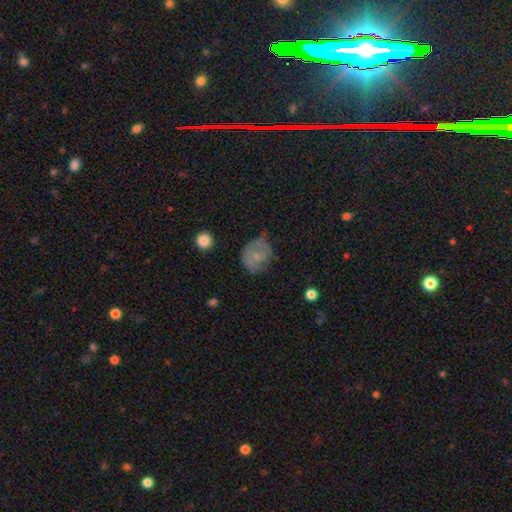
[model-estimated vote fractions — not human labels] This is possibly a smooth galaxy (59%). How rounded: likely round (61%). Merging: possibly none (51%).